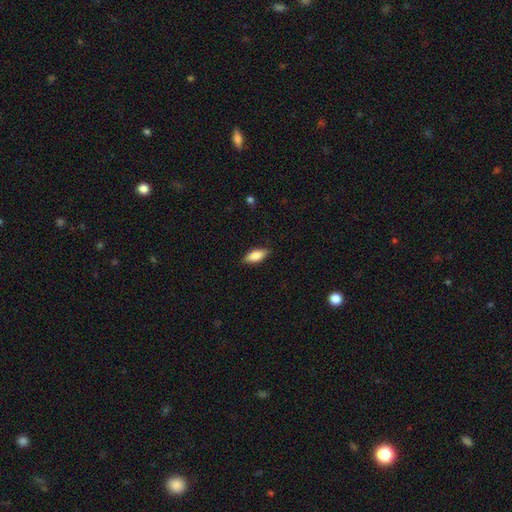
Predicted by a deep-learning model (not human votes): Smooth or featured?
  - smooth: 80% *
  - featured or disk: 14%
  - star or artifact: 6%
How rounded?
  - in between: 77% *
  - cigar-shaped: 21%
  - round: 2%
Merging?
  - none: 86% *
  - minor disturbance: 11%
  - major disturbance: 2%
  - merger: 1%